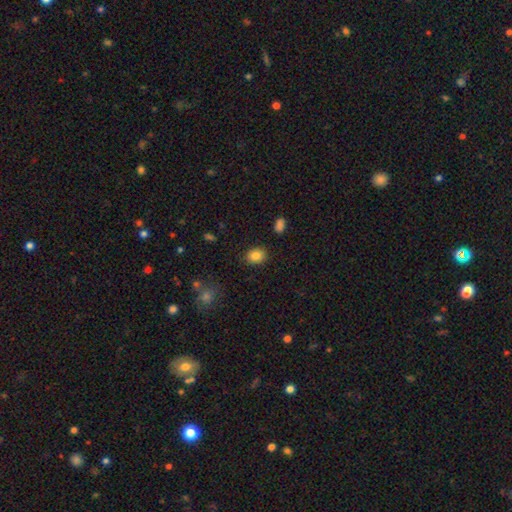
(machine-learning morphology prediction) smooth_or_featured: smooth (p=0.85) [alt: star or artifact p=0.09]
how_rounded: in between (p=0.65) [alt: round p=0.34]
merging: none (p=0.87) [alt: minor disturbance p=0.09]